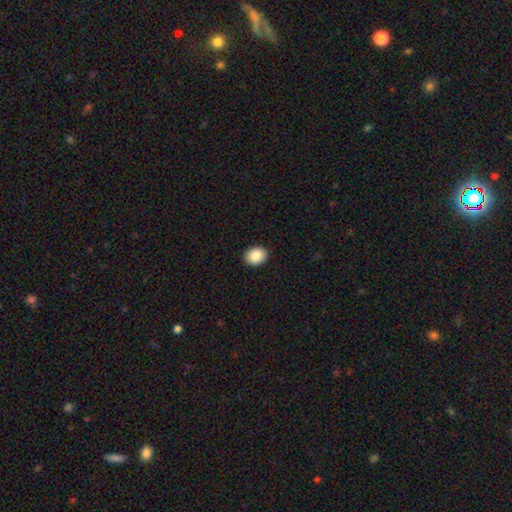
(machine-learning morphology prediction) Smooth or featured? Predicted: smooth (p=0.89). How rounded? Predicted: round (p=0.50). Merging? Predicted: none (p=0.91).